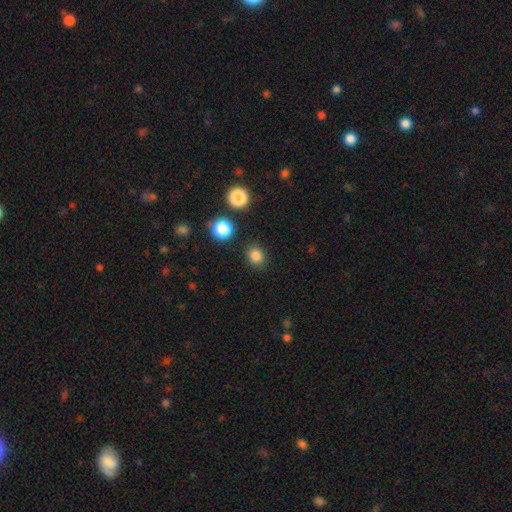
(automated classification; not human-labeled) Smooth or featured?
  - smooth: 83% *
  - star or artifact: 13%
  - featured or disk: 4%
How rounded?
  - round: 69% *
  - in between: 30%
  - cigar-shaped: 1%
Merging?
  - none: 86% *
  - minor disturbance: 9%
  - major disturbance: 3%
  - merger: 3%